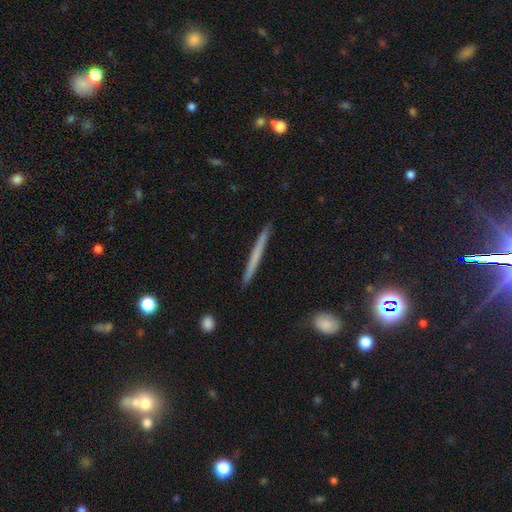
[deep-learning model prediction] A smooth galaxy with no disk features (54%) that is cigar-shaped (97%).

Vote fractions:
- Smooth or featured? smooth: 54% / featured or disk: 40% / star or artifact: 6%
- How rounded? cigar-shaped: 97% / in between: 2% / round: 1%
- Merging? none: 92% / minor disturbance: 6% / major disturbance: 1% / merger: 1%